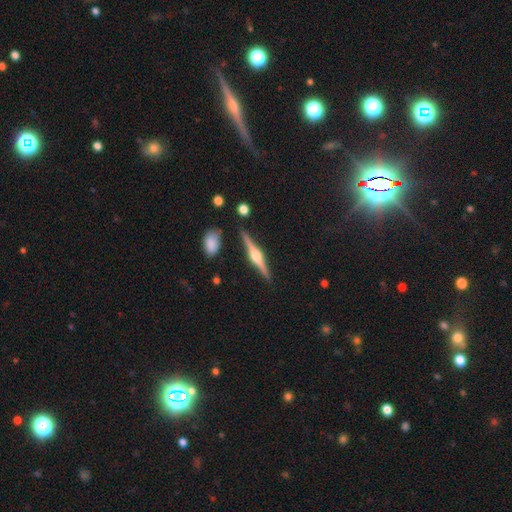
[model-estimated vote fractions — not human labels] A featured or disk galaxy (80%) viewed edge-on (98%) with a rounded central bulge (93%).

Vote fractions:
- Smooth or featured? featured or disk: 80% / smooth: 15% / star or artifact: 5%
- Edge-on disk? yes: 98% / no: 2%
- Edge-on bulge? rounded: 93% / boxy: 5% / none: 2%
- Merging? none: 89% / minor disturbance: 8% / merger: 2% / major disturbance: 2%